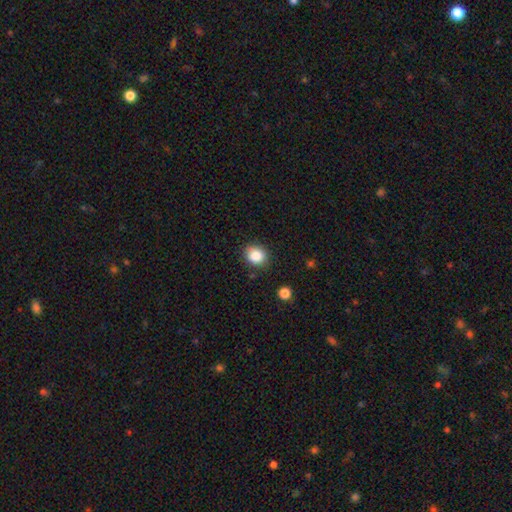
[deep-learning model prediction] Smooth or featured? Predicted: smooth (p=0.85). How rounded? Predicted: round (p=0.69). Merging? Predicted: none (p=0.85).